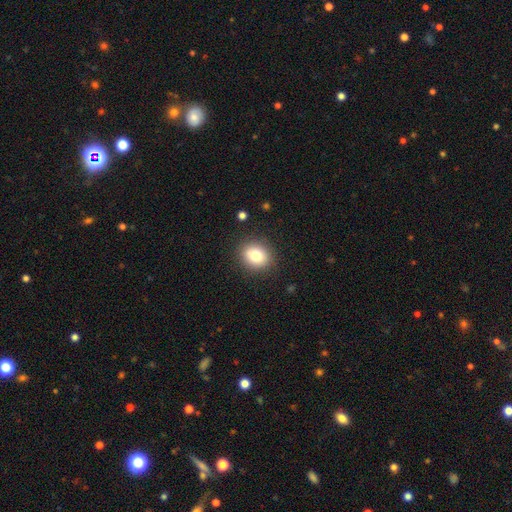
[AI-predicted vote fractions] Smooth or featured? smooth (80%)
How rounded? round (67%)
Merging? none (88%)